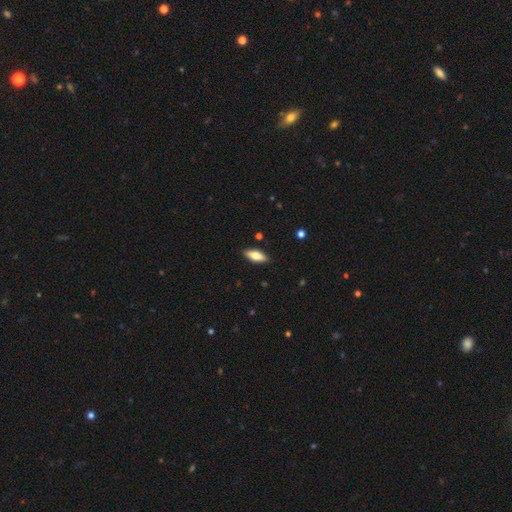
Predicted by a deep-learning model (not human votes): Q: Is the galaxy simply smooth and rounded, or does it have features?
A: smooth — 69%.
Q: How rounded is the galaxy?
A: in between — 73%.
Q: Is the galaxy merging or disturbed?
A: none — 88%.